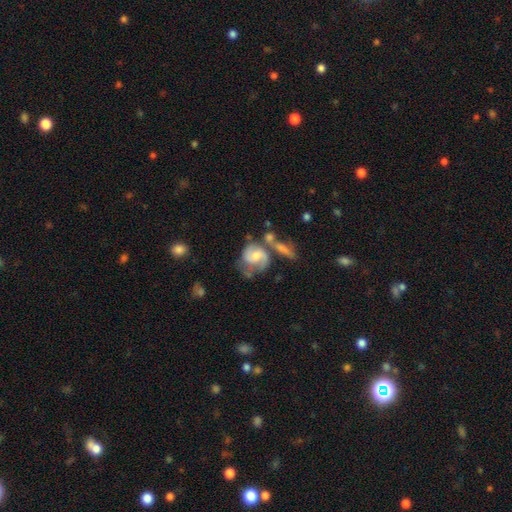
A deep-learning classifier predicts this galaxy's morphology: This appears to be a featured or disk galaxy (67%) with no bar (51%), 2 (70%) medium (47%) spiral arms (88%) and a moderate central bulge (53%). Merging: none (32%, tied with merger).